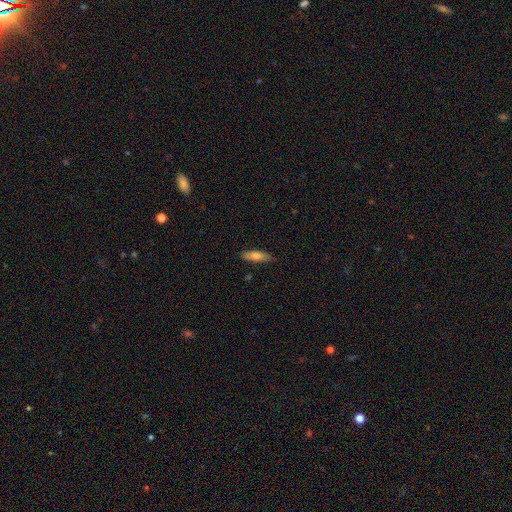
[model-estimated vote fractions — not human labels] Smooth or featured?
  - smooth: 73% *
  - featured or disk: 21%
  - star or artifact: 6%
How rounded?
  - cigar-shaped: 58% *
  - in between: 41%
  - round: 2%
Merging?
  - none: 78% *
  - minor disturbance: 18%
  - major disturbance: 3%
  - merger: 1%